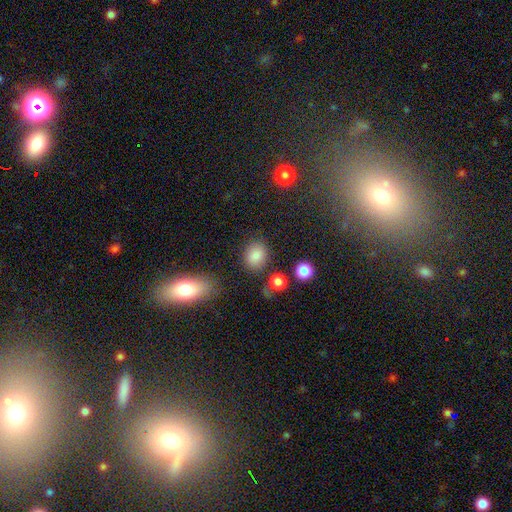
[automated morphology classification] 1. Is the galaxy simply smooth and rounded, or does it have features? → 84% smooth, 10% star or artifact, 5% featured or disk.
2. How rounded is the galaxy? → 53% in between, 46% round, 1% cigar-shaped.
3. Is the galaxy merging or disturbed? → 80% none, 12% minor disturbance, 4% merger, 4% major disturbance.